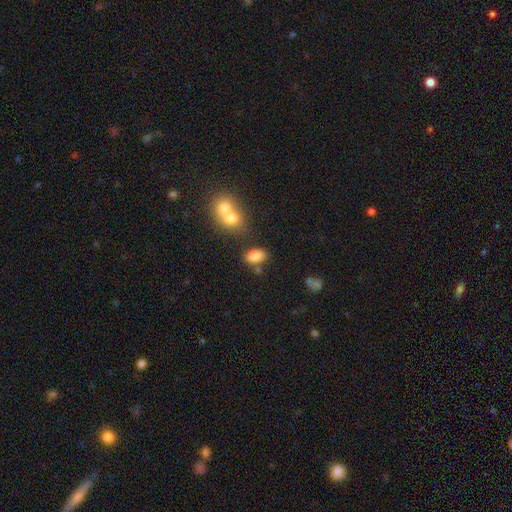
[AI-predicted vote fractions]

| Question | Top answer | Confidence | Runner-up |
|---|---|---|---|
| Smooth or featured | smooth | 83% | star or artifact (10%) |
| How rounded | in between | 87% | round (11%) |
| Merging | none | 66% | merger (16%) |